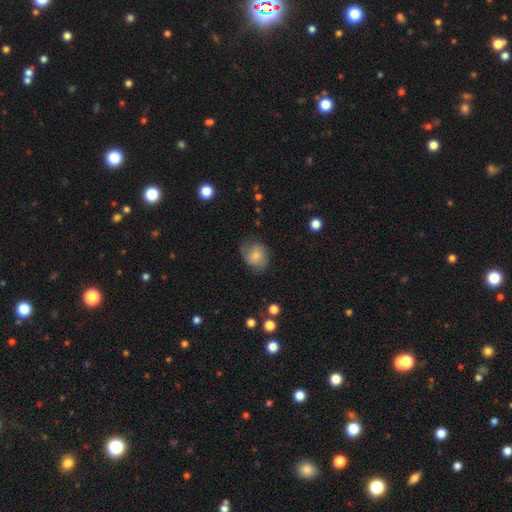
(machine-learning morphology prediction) Smooth or featured: smooth — 65% (featured or disk — 27%)
How rounded: round — 57% (in between — 42%)
Merging: none — 60% (minor disturbance — 26%)